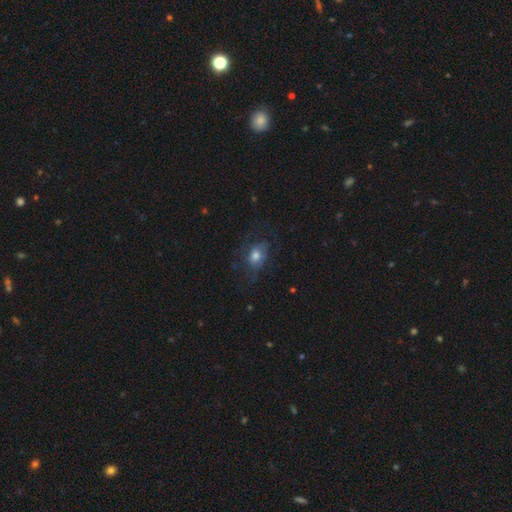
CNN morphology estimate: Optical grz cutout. It shows a smooth galaxy with no disk features (56%) that is in between round and cigar-shaped (62%). Merging: none (53%).